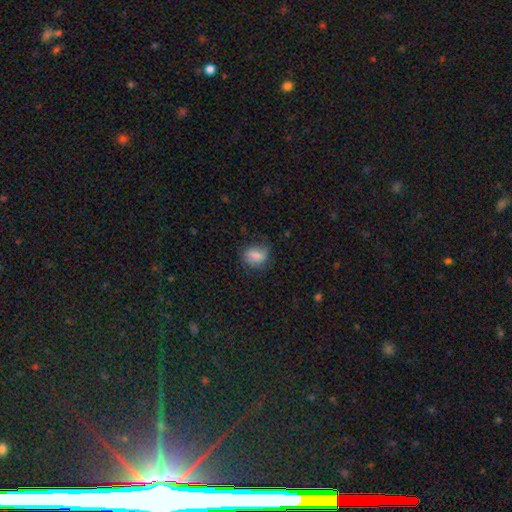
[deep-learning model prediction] smooth-or-featured: smooth: 77% | featured or disk: 14% | star or artifact: 9%
  how-rounded: round: 53% | in between: 45% | cigar-shaped: 2%
  merging: none: 67% | minor disturbance: 24% | major disturbance: 8% | merger: 1%